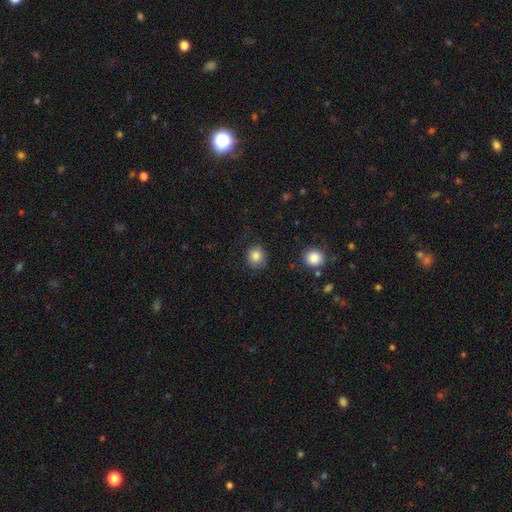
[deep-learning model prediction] A smooth galaxy with no disk features (85%) that is round (86%). Merging: none (82%).